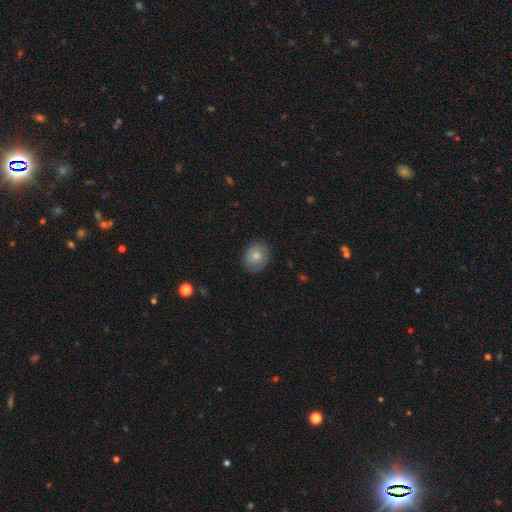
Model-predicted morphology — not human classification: type=smooth (77%); roundness=round (60%); merging=none (82%).